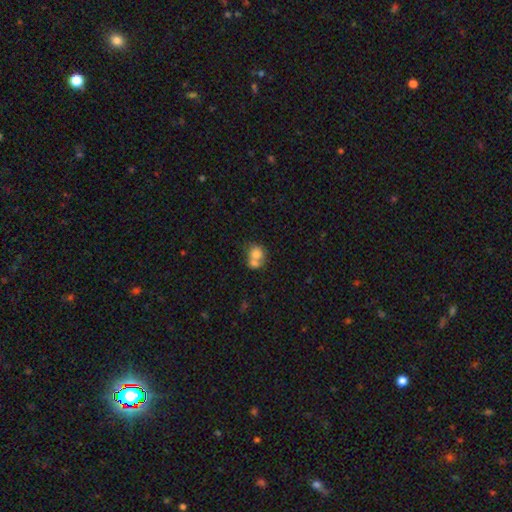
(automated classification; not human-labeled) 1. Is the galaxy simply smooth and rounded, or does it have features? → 73% smooth, 17% featured or disk, 10% star or artifact.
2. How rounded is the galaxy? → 65% round, 34% in between, 1% cigar-shaped.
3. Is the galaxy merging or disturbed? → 62% merger, 25% none, 8% minor disturbance, 5% major disturbance.